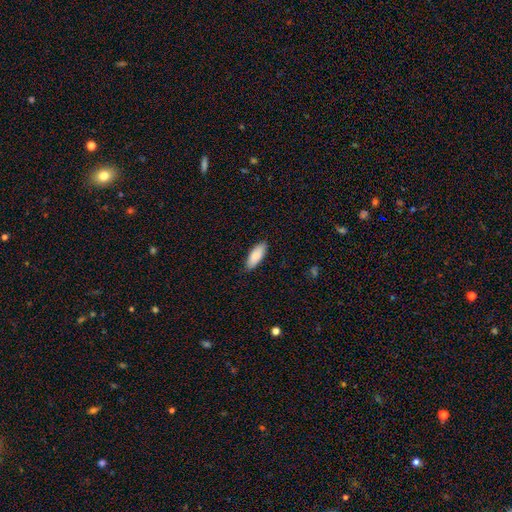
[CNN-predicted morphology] Smooth or featured? smooth (89%)
How rounded? in between (76%)
Merging? none (86%)